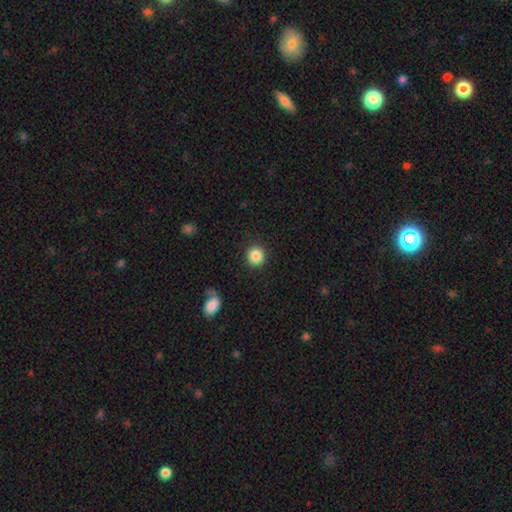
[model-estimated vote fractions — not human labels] Overall: smooth (87%). How rounded: round (91%). Merging: none (90%).